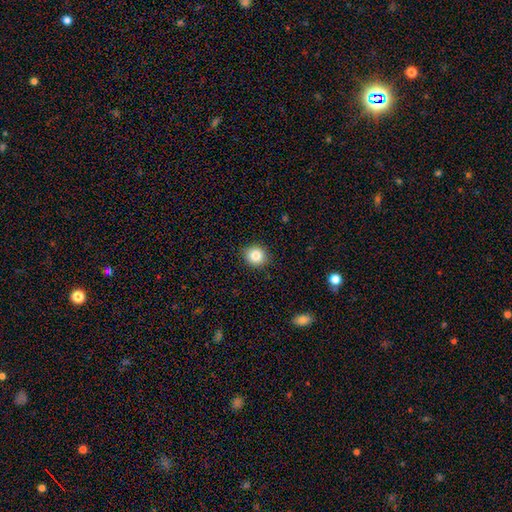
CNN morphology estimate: A smooth galaxy with no disk features (85%) that is round (83%). Merging: none (90%).